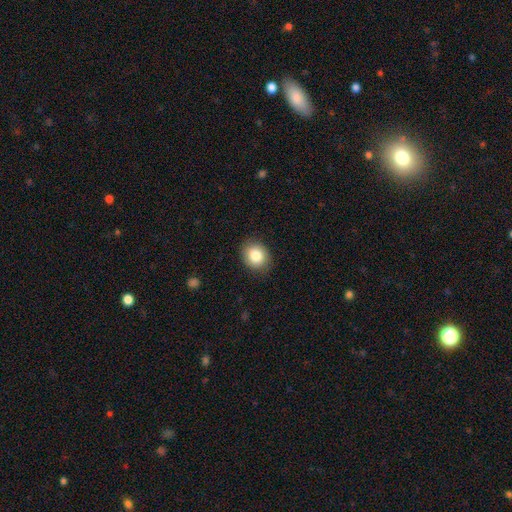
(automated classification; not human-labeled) Q: Smooth or featured?
A: smooth (83%); runner-up: star or artifact (8%)
Q: How rounded?
A: round (62%); runner-up: in between (37%)
Q: Merging?
A: none (87%); runner-up: minor disturbance (10%)